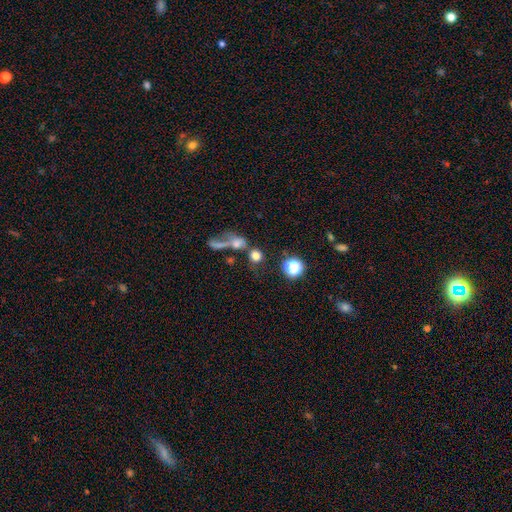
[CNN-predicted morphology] A smooth galaxy with no disk features (71%) that is round (79%). Merging: none (43%).